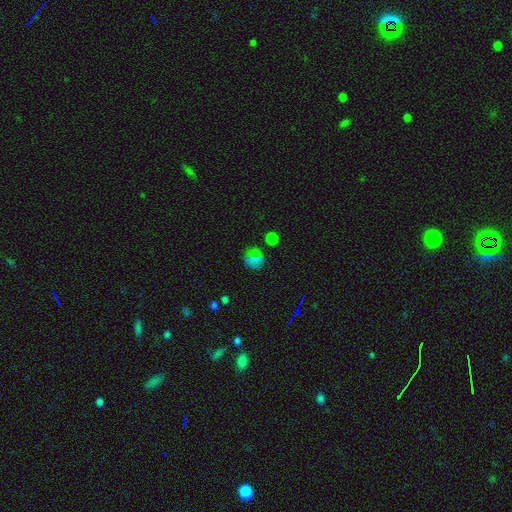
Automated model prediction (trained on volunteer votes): Smooth or featured?
  - smooth: 63% *
  - star or artifact: 26%
  - featured or disk: 10%
How rounded?
  - round: 79% *
  - in between: 20%
  - cigar-shaped: 1%
Merging?
  - none: 70% *
  - minor disturbance: 18%
  - major disturbance: 7%
  - merger: 5%